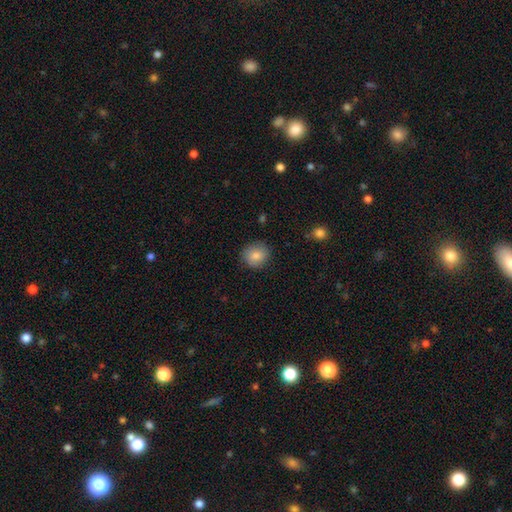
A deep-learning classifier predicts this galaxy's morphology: type=smooth (84%); roundness=round (82%); merging=none (85%).